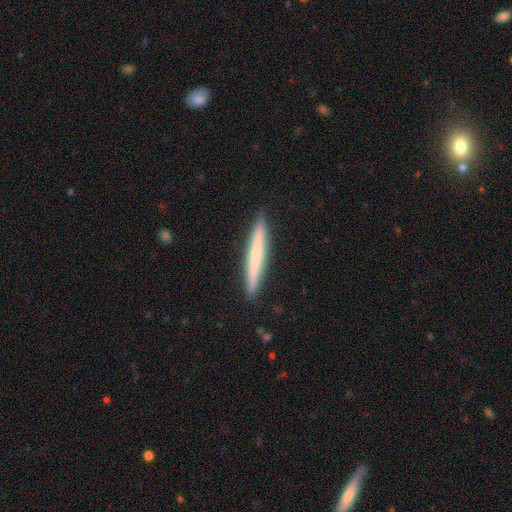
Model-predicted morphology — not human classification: A smooth galaxy with no disk features (62%) that is cigar-shaped (96%).

Vote fractions:
- Smooth or featured? smooth: 62% / featured or disk: 32% / star or artifact: 6%
- How rounded? cigar-shaped: 96% / in between: 3% / round: 1%
- Merging? none: 91% / minor disturbance: 6% / major disturbance: 1% / merger: 1%